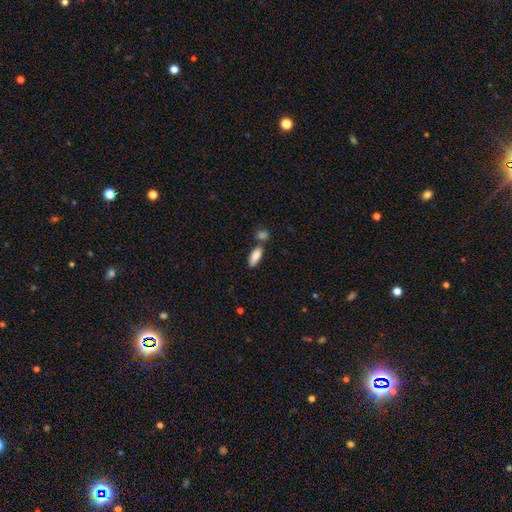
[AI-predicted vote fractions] Morphology: type=smooth (85%); roundness=in between (75%); merging=none (63%).